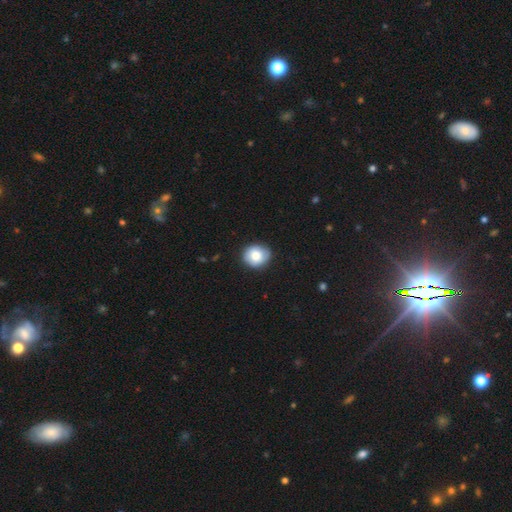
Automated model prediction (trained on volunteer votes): Smooth or featured: smooth — 78% (featured or disk — 14%)
How rounded: round — 77% (in between — 22%)
Merging: none — 84% (minor disturbance — 13%)